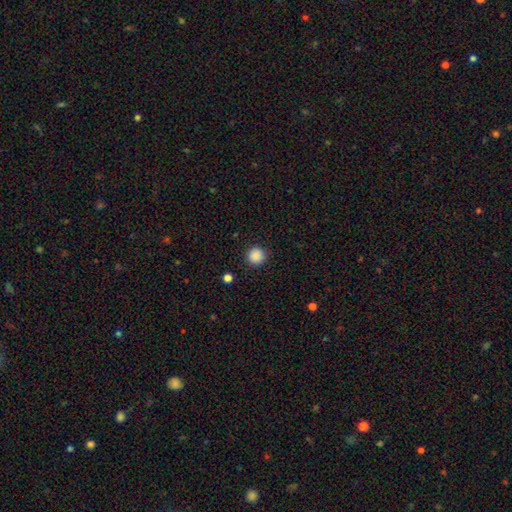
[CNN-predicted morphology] This is clearly a smooth galaxy (88%). How rounded: clearly round (93%). Merging: clearly none (90%).